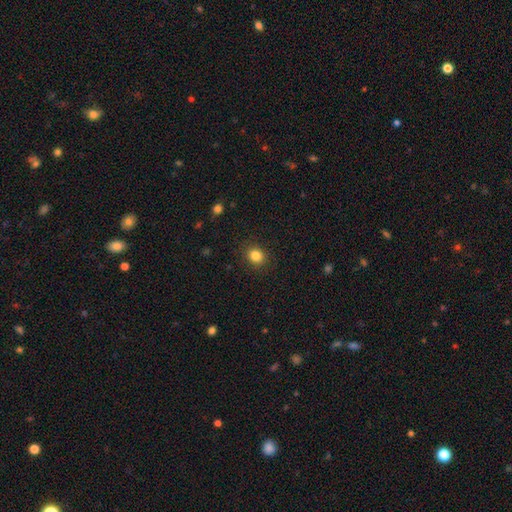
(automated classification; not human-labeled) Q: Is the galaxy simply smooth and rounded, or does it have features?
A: smooth — 84%.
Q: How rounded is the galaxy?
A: round — 74%.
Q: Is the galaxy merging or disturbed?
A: none — 88%.